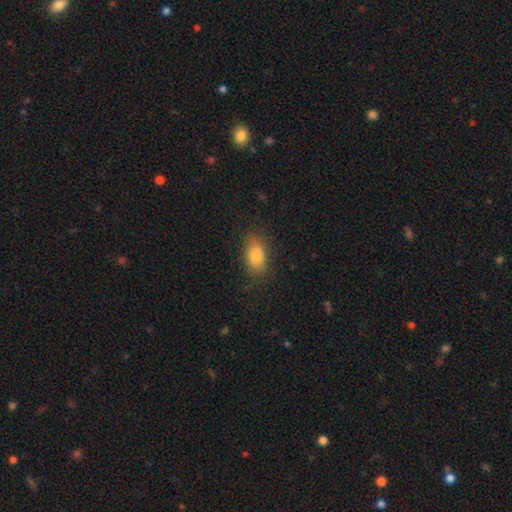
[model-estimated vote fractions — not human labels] smooth-or-featured: smooth: 83% | star or artifact: 9% | featured or disk: 9%
  how-rounded: in between: 86% | round: 11% | cigar-shaped: 3%
  merging: none: 79% | minor disturbance: 15% | major disturbance: 5% | merger: 1%